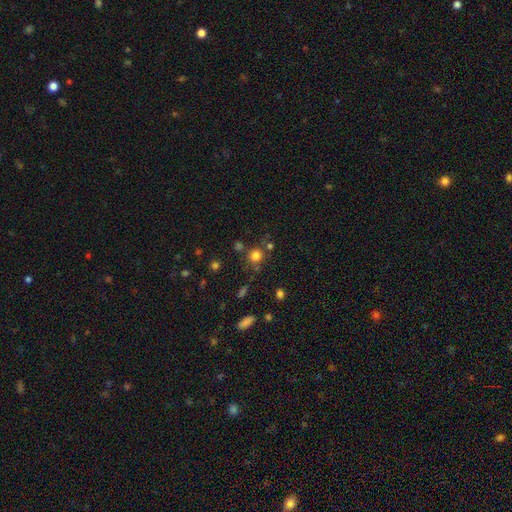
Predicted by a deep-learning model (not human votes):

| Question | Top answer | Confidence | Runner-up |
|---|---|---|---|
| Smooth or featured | smooth | 77% | star or artifact (16%) |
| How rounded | round | 89% | in between (10%) |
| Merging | none | 73% | merger (11%) |